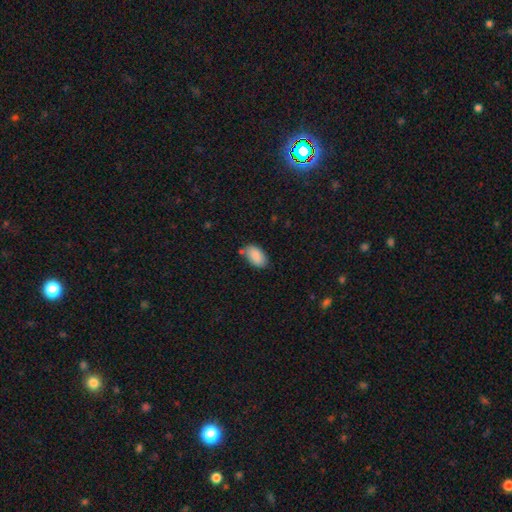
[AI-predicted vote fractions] A smooth galaxy with no disk features (89%) that is in between round and cigar-shaped (93%).

Vote fractions:
- Smooth or featured? smooth: 89% / star or artifact: 7% / featured or disk: 5%
- How rounded? in between: 93% / round: 5% / cigar-shaped: 2%
- Merging? none: 72% / minor disturbance: 18% / merger: 6% / major disturbance: 4%